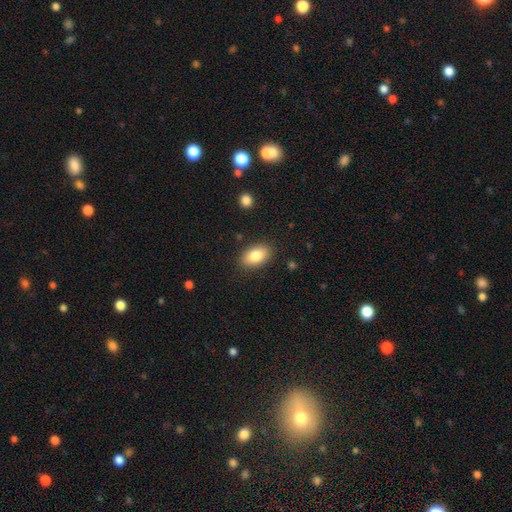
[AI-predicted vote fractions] Morphology: type=smooth (83%); roundness=in between (91%); merging=none (86%).